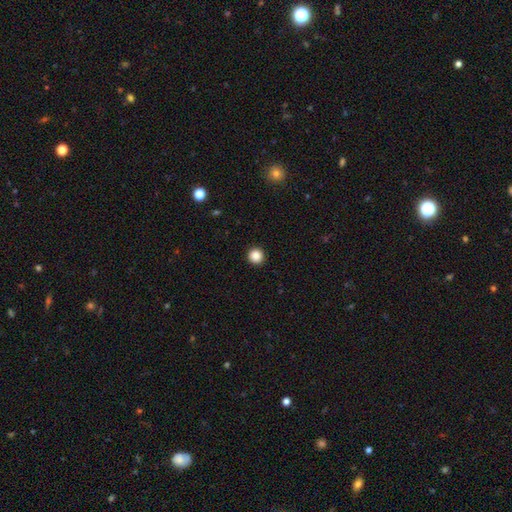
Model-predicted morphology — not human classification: This is clearly a smooth galaxy (87%). How rounded: clearly round (95%). Merging: clearly none (93%).